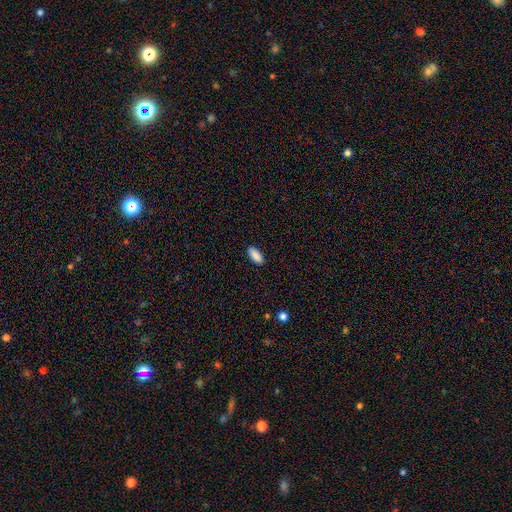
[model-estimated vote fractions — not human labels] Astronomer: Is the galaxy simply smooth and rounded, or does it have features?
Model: smooth — 89%.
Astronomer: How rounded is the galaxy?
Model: in between — 85%.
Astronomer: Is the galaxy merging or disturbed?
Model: none — 88%.